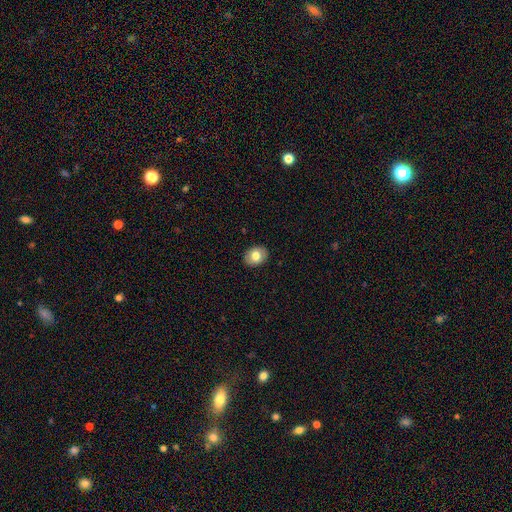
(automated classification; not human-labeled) This is likely a smooth galaxy (77%). How rounded: possibly in between (59%). Merging: clearly none (90%).